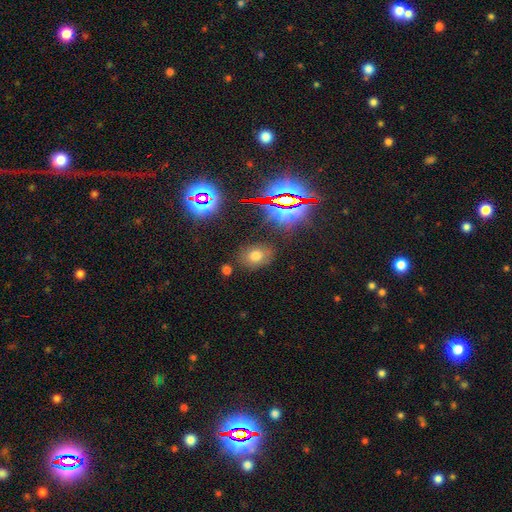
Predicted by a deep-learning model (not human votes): The model was most divided on "how rounded": in between: 62%, round: 37%, cigar-shaped: 1%. More confident: merging — none (78%); smooth or featured — smooth (64%).